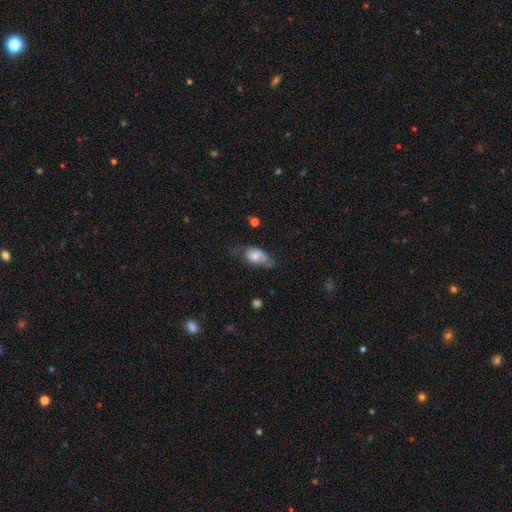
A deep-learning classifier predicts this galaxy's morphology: A smooth galaxy with no disk features (69%) that is in between round and cigar-shaped (88%).

Vote fractions:
- Smooth or featured? smooth: 69% / featured or disk: 23% / star or artifact: 8%
- How rounded? in between: 88% / round: 8% / cigar-shaped: 4%
- Merging? minor disturbance: 38% / none: 36% / major disturbance: 24% / merger: 3%